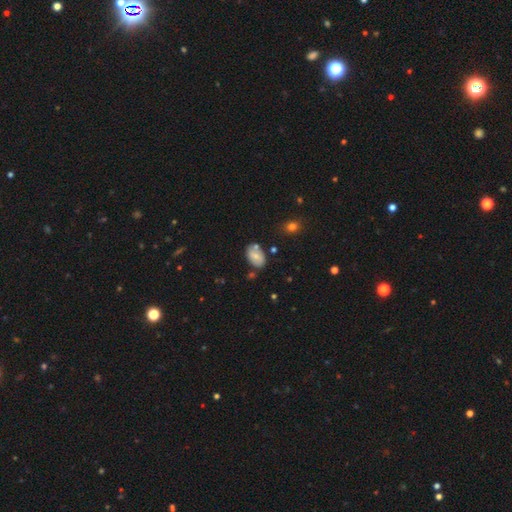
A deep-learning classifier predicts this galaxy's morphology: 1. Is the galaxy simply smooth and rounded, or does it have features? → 62% smooth, 30% featured or disk, 9% star or artifact.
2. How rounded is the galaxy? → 89% in between, 10% round, 1% cigar-shaped.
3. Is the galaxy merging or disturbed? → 68% none, 19% minor disturbance, 9% merger, 4% major disturbance.